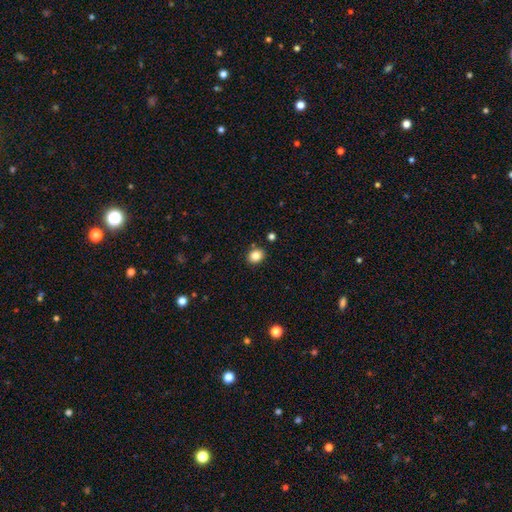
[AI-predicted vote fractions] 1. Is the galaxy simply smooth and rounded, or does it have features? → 84% smooth, 10% star or artifact, 5% featured or disk.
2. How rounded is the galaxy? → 64% round, 35% in between, 1% cigar-shaped.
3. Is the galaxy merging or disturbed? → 87% none, 8% minor disturbance, 3% merger, 2% major disturbance.